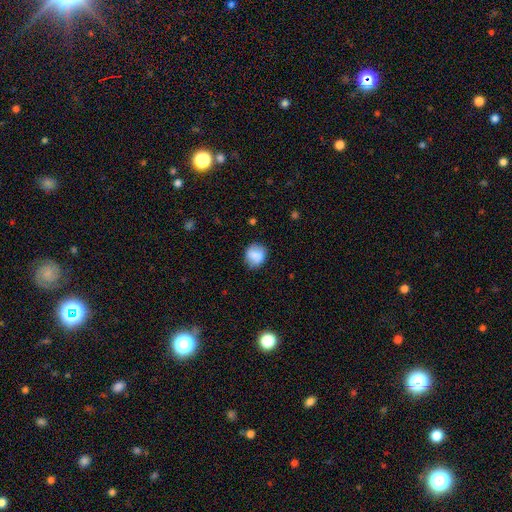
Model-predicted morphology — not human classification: A smooth galaxy with no disk features (75%) that is round (72%). Merging: none (74%).